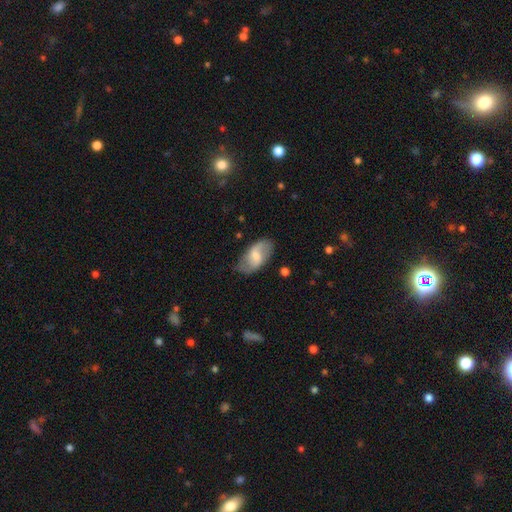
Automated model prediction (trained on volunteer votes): Overall: featured or disk (48%; smooth 45%). Merging: none (71%).